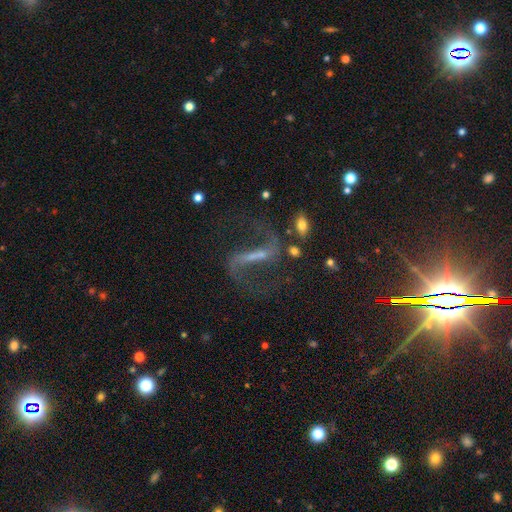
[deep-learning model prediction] A featured or disk galaxy (86%) with a strong bar (65%), 2 (93%) loose (74%) spiral arms (94%) and a small central bulge (42%). Merging: none (67%).